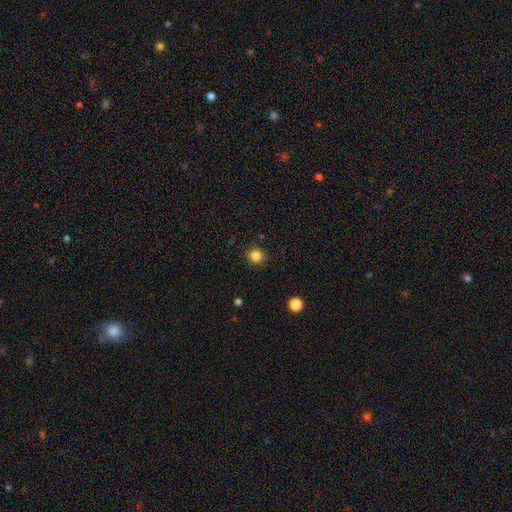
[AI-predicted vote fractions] This appears to be a smooth galaxy with no disk features (85%) that is round (85%). Merging: none (89%).